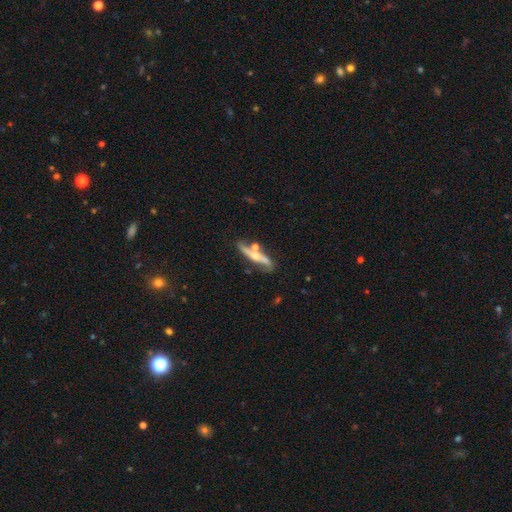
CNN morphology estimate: featured or disk 67%, smooth 27%, star or artifact 6%. Down the decision tree: edge-on disk — yes (59%); merging — none (59%).